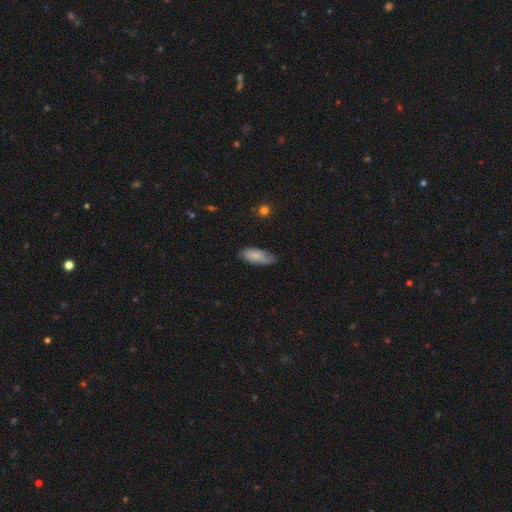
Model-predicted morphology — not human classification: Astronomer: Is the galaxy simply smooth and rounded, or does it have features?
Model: smooth — 79%.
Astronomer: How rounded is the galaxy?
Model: in between — 78%.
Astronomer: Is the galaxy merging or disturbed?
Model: none — 67%.